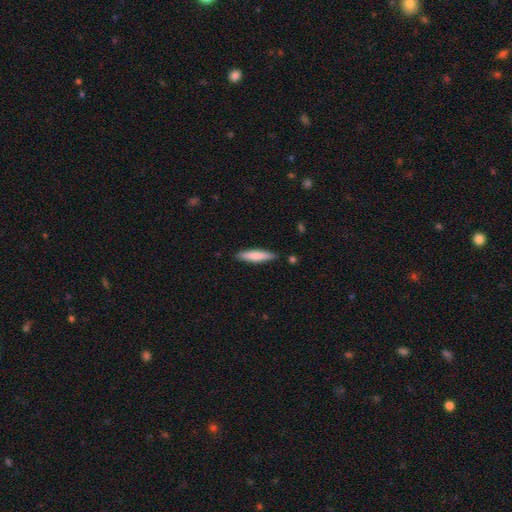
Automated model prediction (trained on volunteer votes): The model was most divided on "smooth or featured": smooth: 75%, featured or disk: 19%, star or artifact: 5%. More confident: merging — none (86%); how rounded — cigar-shaped (80%).